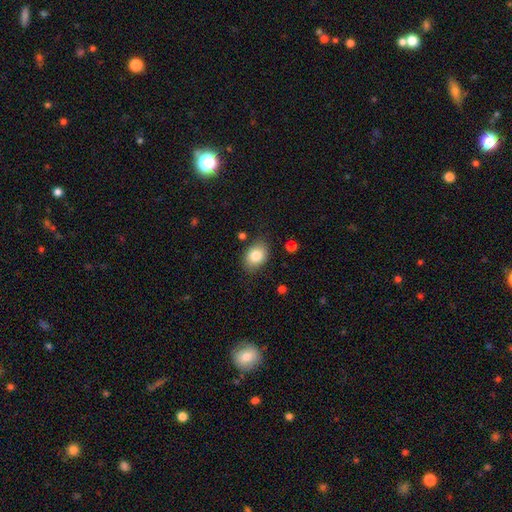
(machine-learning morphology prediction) The model was most divided on "how rounded": in between: 77%, round: 22%, cigar-shaped: 1%. More confident: smooth or featured — smooth (83%); merging — none (81%).